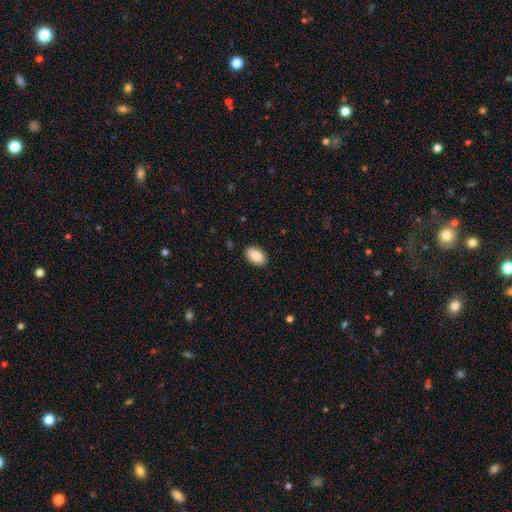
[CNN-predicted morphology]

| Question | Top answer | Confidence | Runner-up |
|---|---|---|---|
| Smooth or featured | smooth | 88% | star or artifact (7%) |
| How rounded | in between | 92% | round (7%) |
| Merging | none | 89% | minor disturbance (8%) |